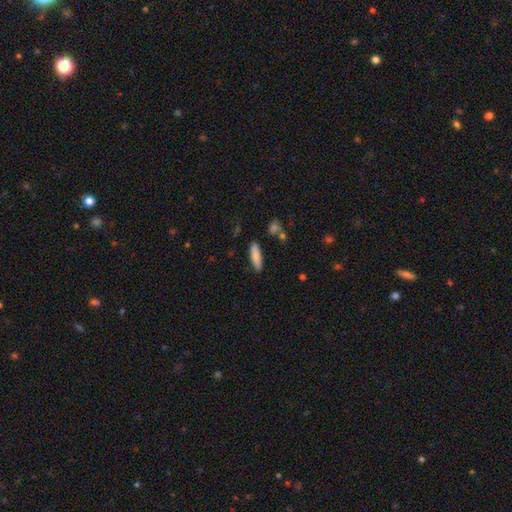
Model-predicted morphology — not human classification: smooth-or-featured: smooth: 84% | featured or disk: 9% | star or artifact: 7%
  how-rounded: cigar-shaped: 61% | in between: 37% | round: 2%
  merging: none: 85% | minor disturbance: 10% | merger: 3% | major disturbance: 2%